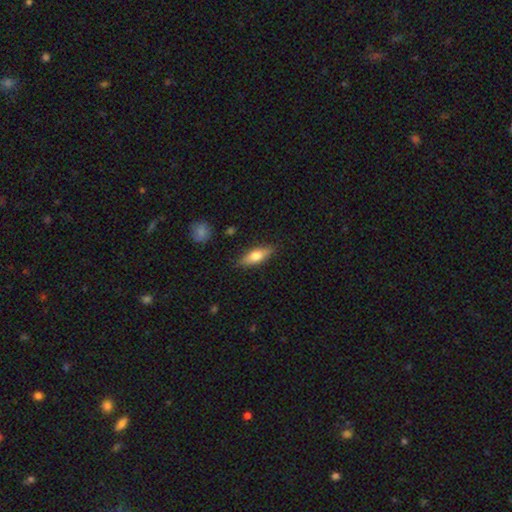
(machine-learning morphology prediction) smooth 61%, featured or disk 33%, star or artifact 6%. Down the decision tree: how rounded — in between (57%); merging — none (85%).